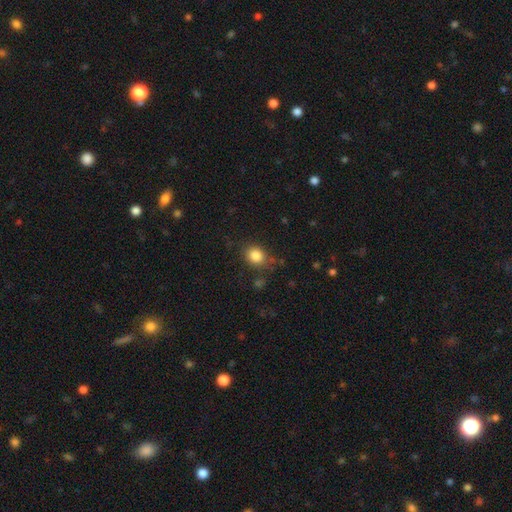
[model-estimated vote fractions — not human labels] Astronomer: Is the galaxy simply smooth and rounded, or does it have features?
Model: smooth — 84%.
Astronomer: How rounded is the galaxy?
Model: round — 64%.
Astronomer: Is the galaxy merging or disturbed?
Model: none — 76%.